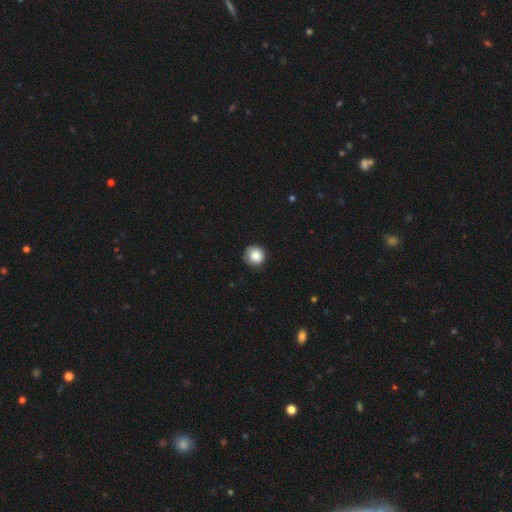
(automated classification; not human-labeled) This is clearly a smooth galaxy (85%). How rounded: clearly round (94%). Merging: clearly none (82%).